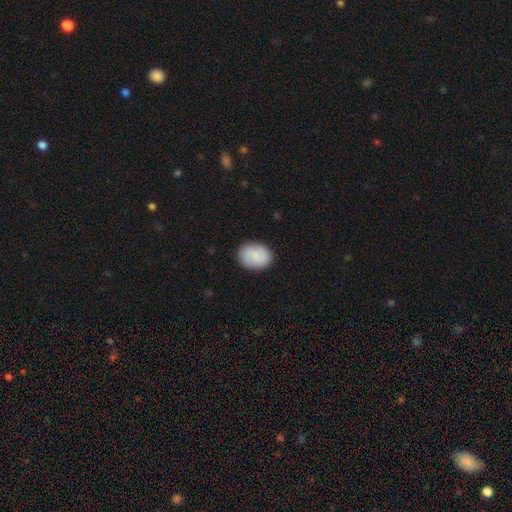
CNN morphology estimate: A smooth galaxy with no disk features (71%) that is in between round and cigar-shaped (66%). Merging: none (86%).